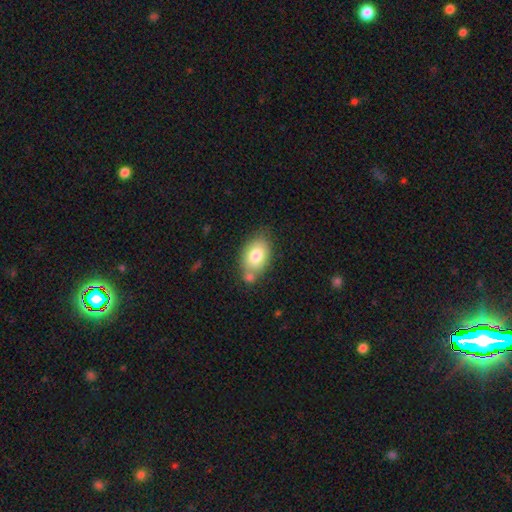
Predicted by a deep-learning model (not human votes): Overall: smooth (77%). How rounded: in between (84%). Merging: none (61%).